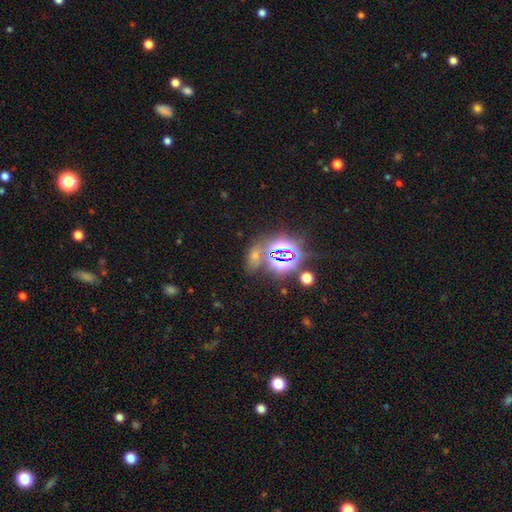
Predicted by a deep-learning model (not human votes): A star or artifact, not a galaxy (53%).